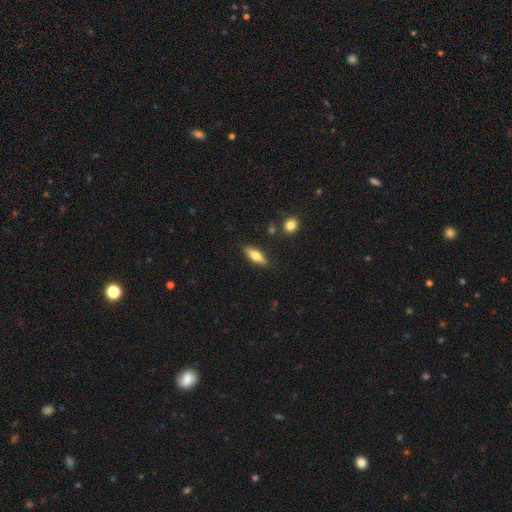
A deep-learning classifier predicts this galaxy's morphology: Smooth or featured? Predicted: smooth (p=0.66). How rounded? Predicted: in between (p=0.53). Merging? Predicted: none (p=0.84).